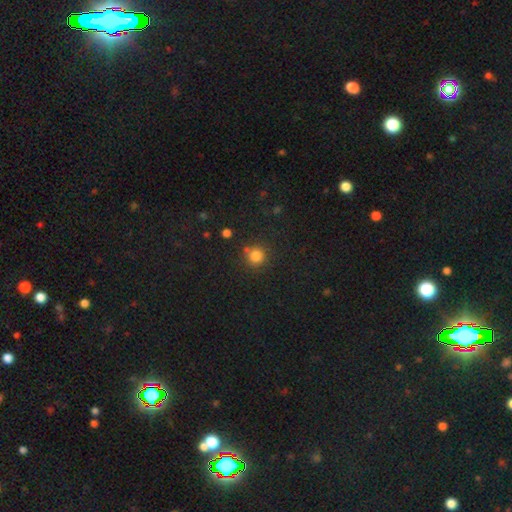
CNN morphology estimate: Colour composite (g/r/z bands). It shows a smooth galaxy with no disk features (81%) that is round (93%). Merging: none (77%).